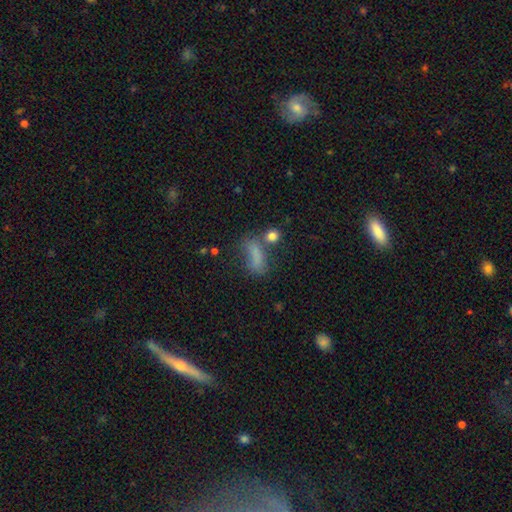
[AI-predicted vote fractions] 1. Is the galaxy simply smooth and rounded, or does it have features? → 69% smooth, 15% star or artifact, 15% featured or disk.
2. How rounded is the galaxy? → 64% in between, 27% cigar-shaped, 9% round.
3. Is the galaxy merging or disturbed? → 39% none, 23% minor disturbance, 22% major disturbance, 16% merger.